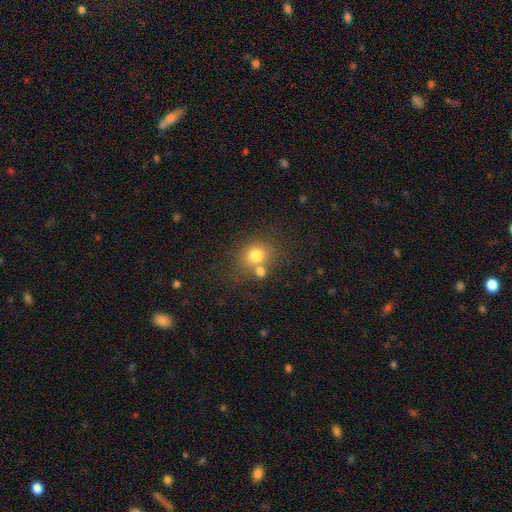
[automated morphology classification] This appears to be a smooth galaxy with no disk features (77%) that is round (73%). Merging: none (58%).